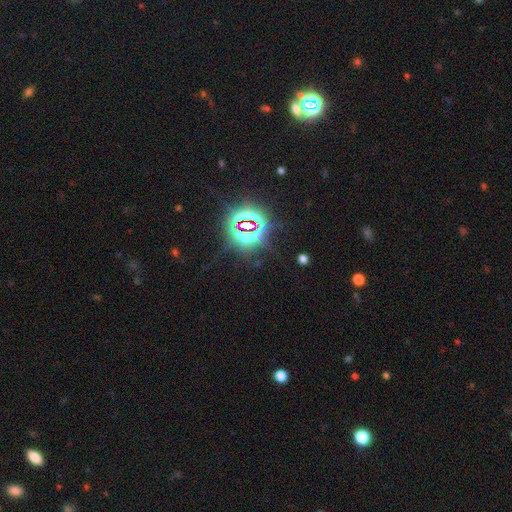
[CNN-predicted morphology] A star or artifact, not a galaxy (81%).